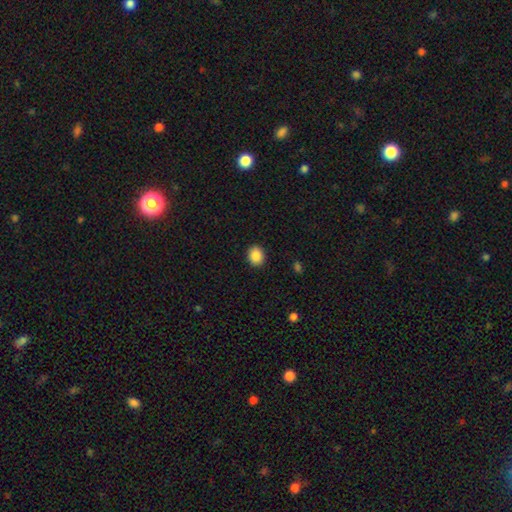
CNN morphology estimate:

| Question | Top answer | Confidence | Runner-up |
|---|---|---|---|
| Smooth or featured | smooth | 88% | star or artifact (9%) |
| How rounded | round | 64% | in between (35%) |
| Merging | none | 91% | minor disturbance (6%) |